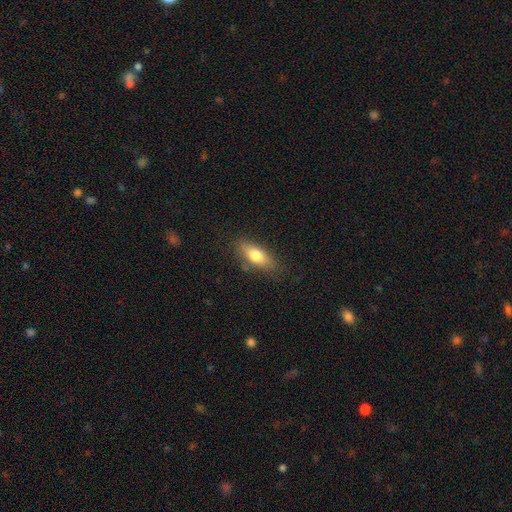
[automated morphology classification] Smooth or featured? smooth (72%)
How rounded? in between (71%)
Merging? none (77%)